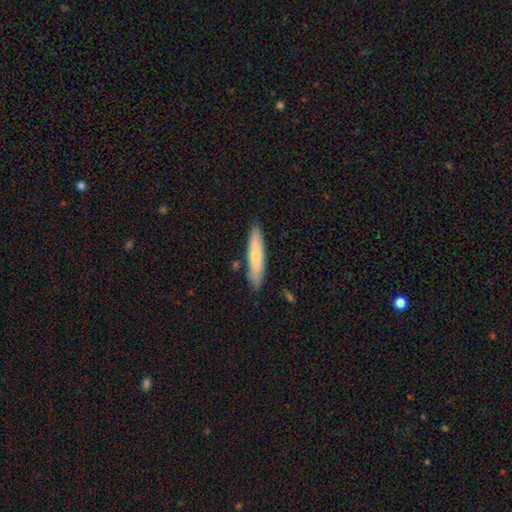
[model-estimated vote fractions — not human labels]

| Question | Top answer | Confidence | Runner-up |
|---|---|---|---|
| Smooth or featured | smooth | 67% | featured or disk (27%) |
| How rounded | cigar-shaped | 85% | in between (14%) |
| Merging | none | 85% | minor disturbance (11%) |